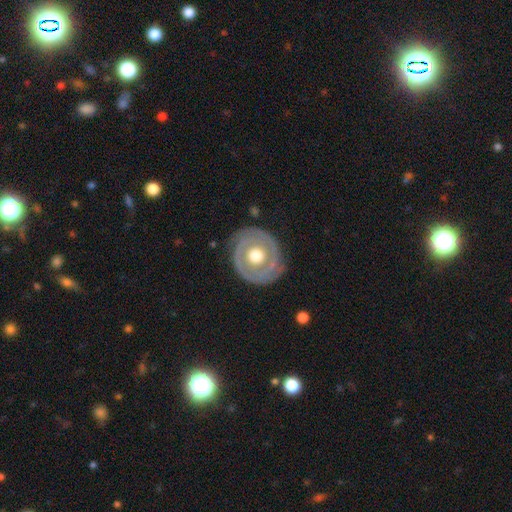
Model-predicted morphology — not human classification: This is likely a featured or disk galaxy (72%). It is clearly not viewed edge-on (97%). Bar: clearly no (85%). Spiral arm pattern: possibly yes (58%). Central bulge: likely moderate (68%). Merging: likely none (79%).